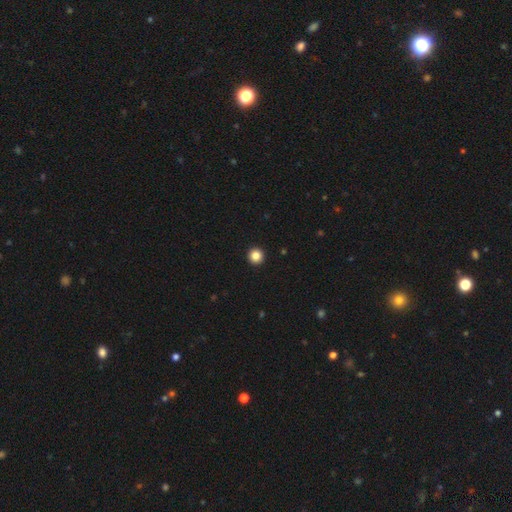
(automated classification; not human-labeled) Overall: smooth (85%). How rounded: round (97%). Merging: none (95%).